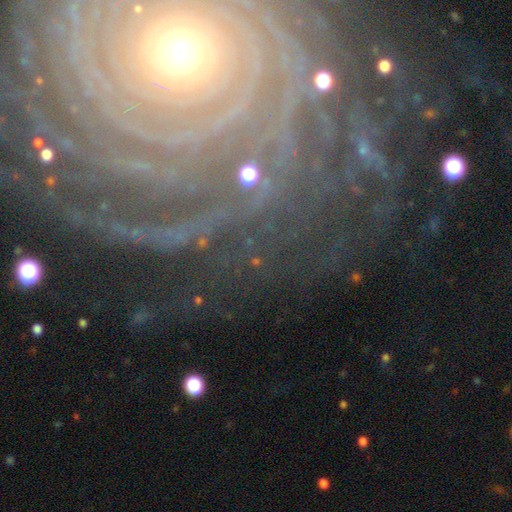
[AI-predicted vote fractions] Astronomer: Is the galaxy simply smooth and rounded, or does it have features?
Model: featured or disk — 84%.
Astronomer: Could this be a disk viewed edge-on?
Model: no — 96%.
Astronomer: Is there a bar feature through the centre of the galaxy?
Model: no — 68%.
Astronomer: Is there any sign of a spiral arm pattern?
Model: yes — 97%.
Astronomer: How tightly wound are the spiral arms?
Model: tight — 87%.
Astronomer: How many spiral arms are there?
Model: more than 4 — 34% (runner-up: can't tell, 18%).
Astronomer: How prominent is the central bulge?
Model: small — 51% (runner-up: moderate, 42%).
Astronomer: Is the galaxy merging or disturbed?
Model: none — 79%.